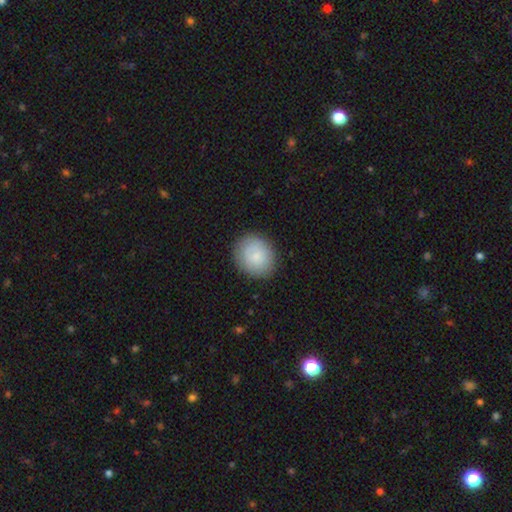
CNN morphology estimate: type=smooth (80%); roundness=round (73%); merging=none (86%).